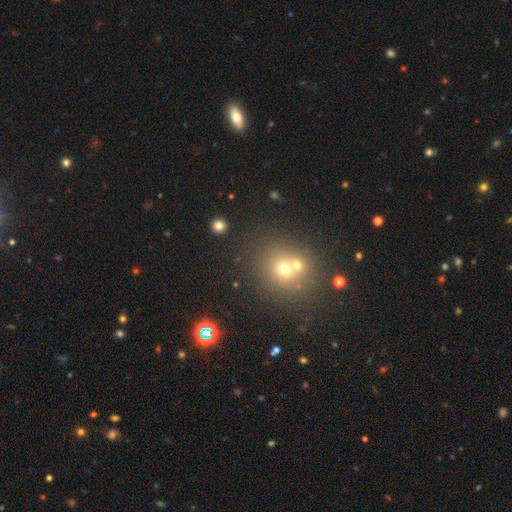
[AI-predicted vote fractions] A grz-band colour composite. It shows a smooth galaxy with no disk features (51%) that is round (79%). Merging: none (65%).